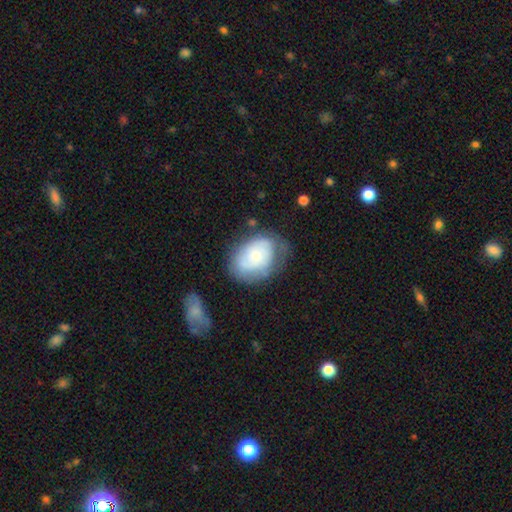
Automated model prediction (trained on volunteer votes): A smooth galaxy with no disk features (54%) that is in between round and cigar-shaped (71%). Merging: none (55%).